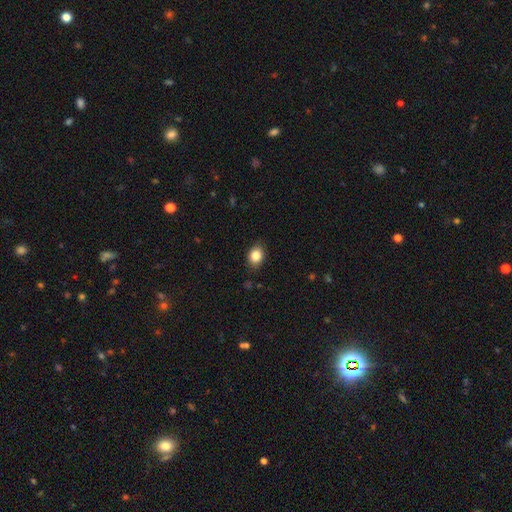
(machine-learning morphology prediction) type=smooth (85%); roundness=in between (61%); merging=none (84%).